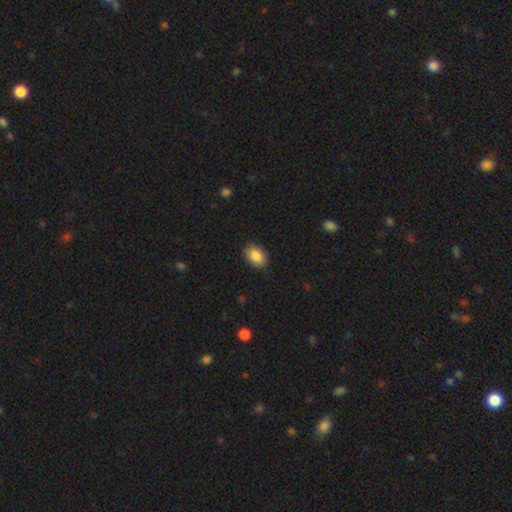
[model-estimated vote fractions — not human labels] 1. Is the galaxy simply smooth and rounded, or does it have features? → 87% smooth, 7% star or artifact, 6% featured or disk.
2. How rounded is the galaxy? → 85% in between, 13% round, 1% cigar-shaped.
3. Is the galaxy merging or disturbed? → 88% none, 9% minor disturbance, 2% major disturbance, 1% merger.